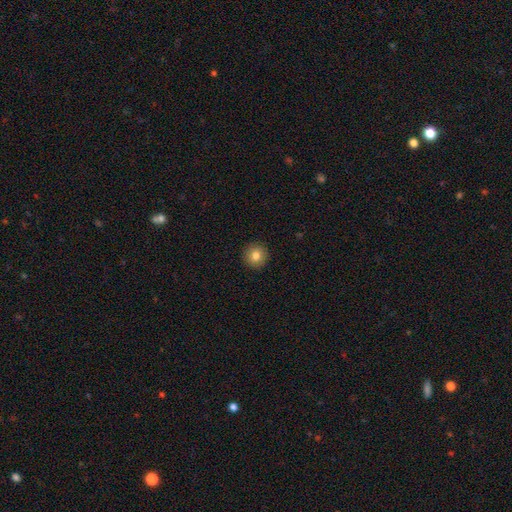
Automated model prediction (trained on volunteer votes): smooth-or-featured: smooth: 82% | star or artifact: 10% | featured or disk: 8%
  how-rounded: round: 94% | in between: 5% | cigar-shaped: 1%
  merging: none: 93% | minor disturbance: 5% | major disturbance: 1% | merger: 1%